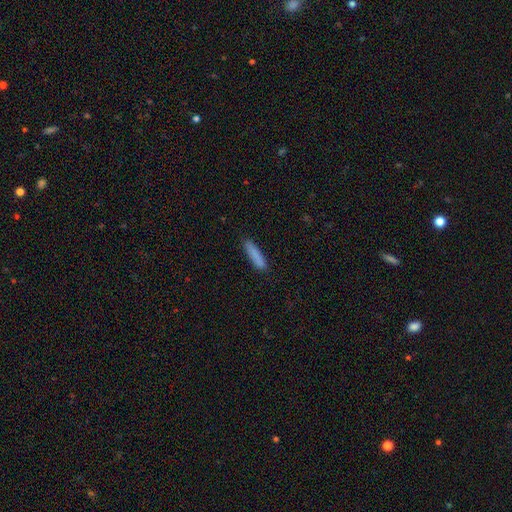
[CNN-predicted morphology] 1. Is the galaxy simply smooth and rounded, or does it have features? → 86% smooth, 7% featured or disk, 6% star or artifact.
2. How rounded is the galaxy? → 84% cigar-shaped, 14% in between, 1% round.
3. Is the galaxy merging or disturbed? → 88% none, 9% minor disturbance, 2% major disturbance, 1% merger.